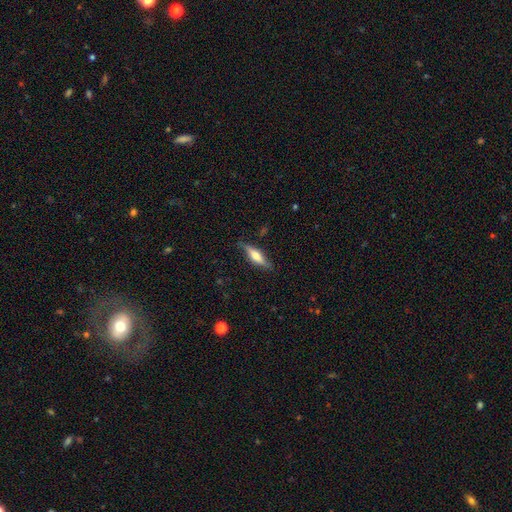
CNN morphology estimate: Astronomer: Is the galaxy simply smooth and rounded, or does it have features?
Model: smooth — 47%, tied with featured or disk at 47%.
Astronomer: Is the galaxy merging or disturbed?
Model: none — 78%.